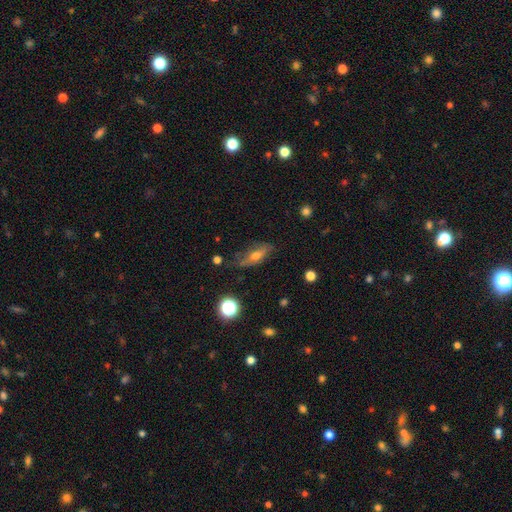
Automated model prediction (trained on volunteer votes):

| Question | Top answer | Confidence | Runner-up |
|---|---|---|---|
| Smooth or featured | featured or disk | 46% | smooth (42%) |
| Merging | none | 66% | minor disturbance (23%) |